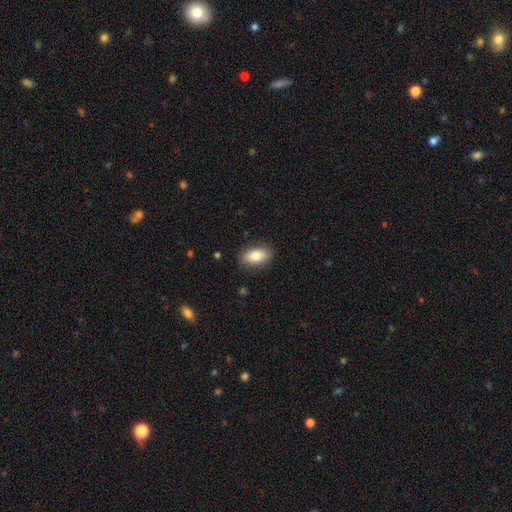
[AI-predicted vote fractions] Smooth or featured? smooth (81%)
How rounded? in between (91%)
Merging? none (87%)